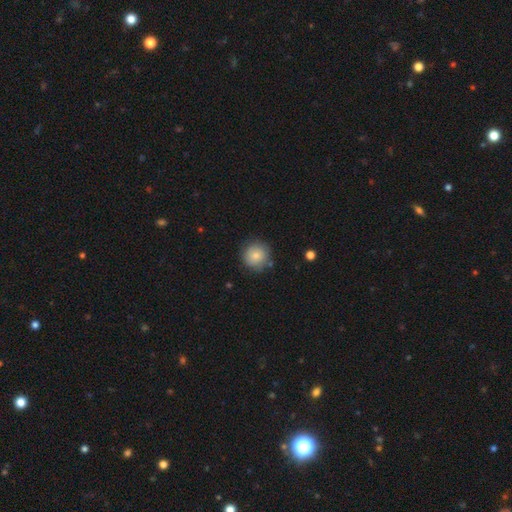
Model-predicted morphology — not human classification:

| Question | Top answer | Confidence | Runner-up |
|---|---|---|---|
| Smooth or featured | smooth | 80% | featured or disk (11%) |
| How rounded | round | 94% | in between (5%) |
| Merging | none | 84% | minor disturbance (11%) |